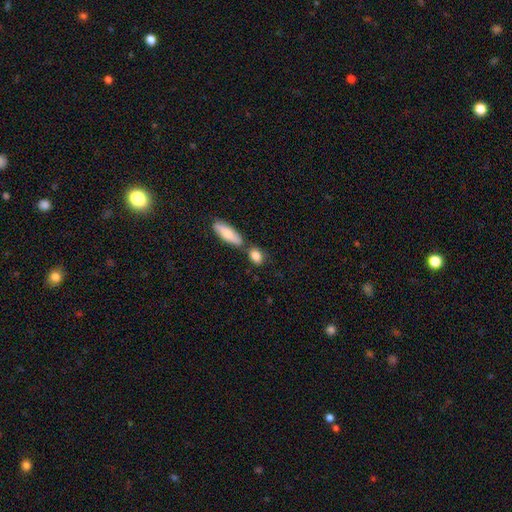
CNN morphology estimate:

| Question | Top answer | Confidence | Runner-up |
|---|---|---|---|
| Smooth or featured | smooth | 84% | featured or disk (9%) |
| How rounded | in between | 72% | round (18%) |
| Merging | none | 60% | merger (23%) |